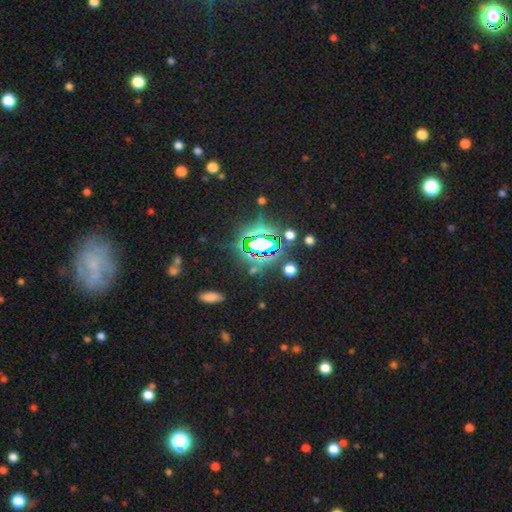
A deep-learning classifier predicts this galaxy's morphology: This appears to be a star or artifact, not a galaxy (79%).